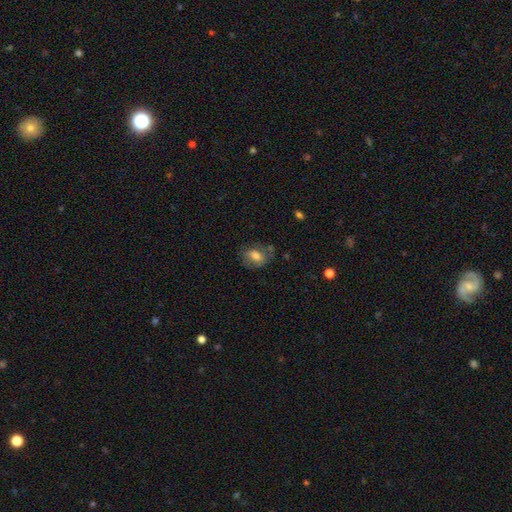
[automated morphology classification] Smooth or featured?
  - smooth: 68% *
  - featured or disk: 23%
  - star or artifact: 9%
How rounded?
  - in between: 68% *
  - round: 30%
  - cigar-shaped: 2%
Merging?
  - none: 61% *
  - minor disturbance: 24%
  - major disturbance: 11%
  - merger: 4%